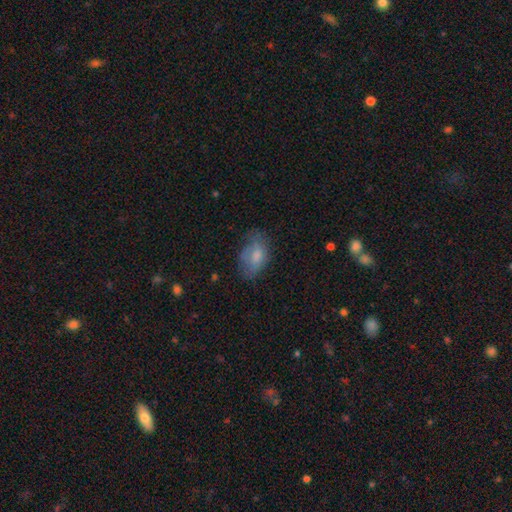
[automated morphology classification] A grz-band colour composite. It shows a smooth galaxy with no disk features (69%) that is in between round and cigar-shaped (89%). Merging: none (53%).